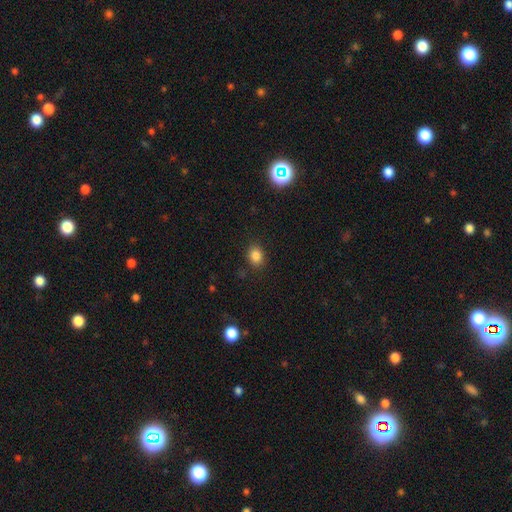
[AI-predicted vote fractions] The model was most divided on "how rounded": round: 53%, in between: 46%, cigar-shaped: 1%. More confident: merging — none (85%); smooth or featured — smooth (84%).